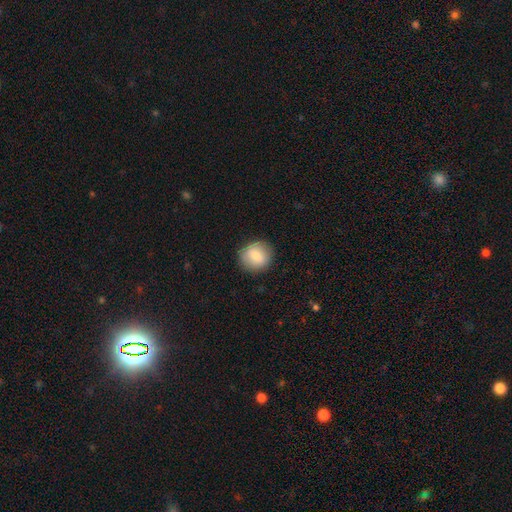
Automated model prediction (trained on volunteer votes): smooth 78%, featured or disk 14%, star or artifact 8%. Down the decision tree: how rounded — round (86%); merging — none (86%).